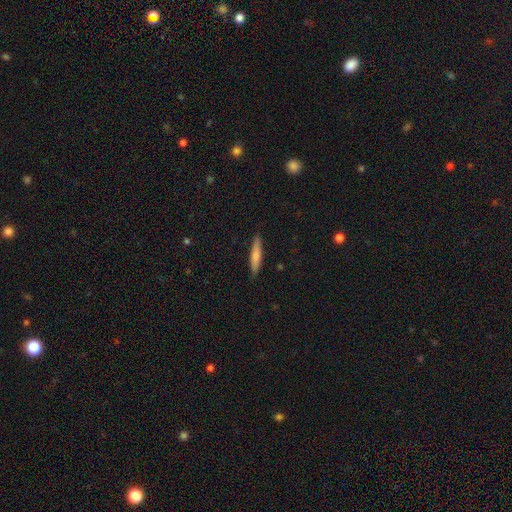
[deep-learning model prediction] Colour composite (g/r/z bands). It shows a smooth galaxy with no disk features (71%) that is cigar-shaped (90%). Merging: none (89%).